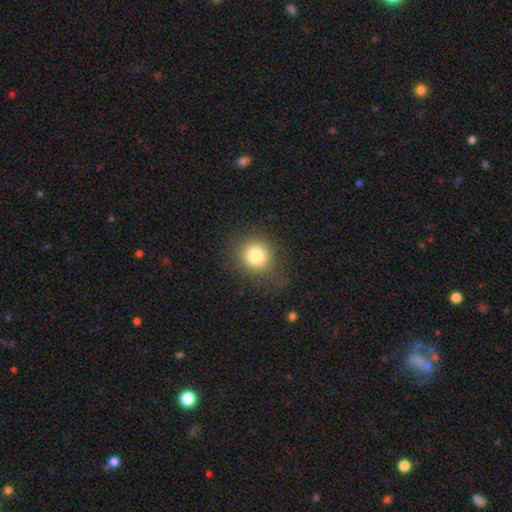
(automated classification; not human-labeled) Overall: smooth (79%). How rounded: round (88%). Merging: none (79%).